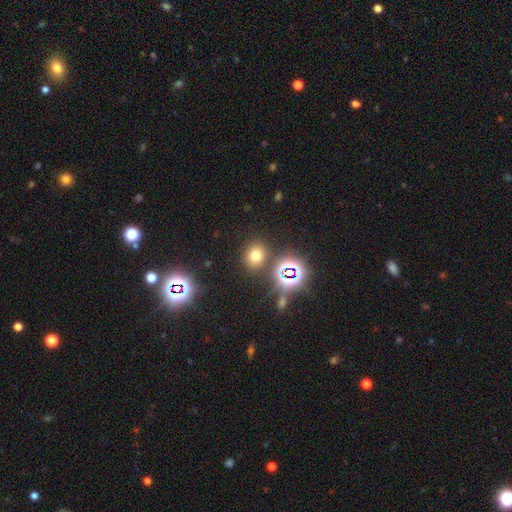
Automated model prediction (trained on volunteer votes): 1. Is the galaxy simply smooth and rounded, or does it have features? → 64% smooth, 28% star or artifact, 8% featured or disk.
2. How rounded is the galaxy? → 63% round, 36% in between, 1% cigar-shaped.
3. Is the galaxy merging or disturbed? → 81% none, 9% minor disturbance, 7% merger, 4% major disturbance.